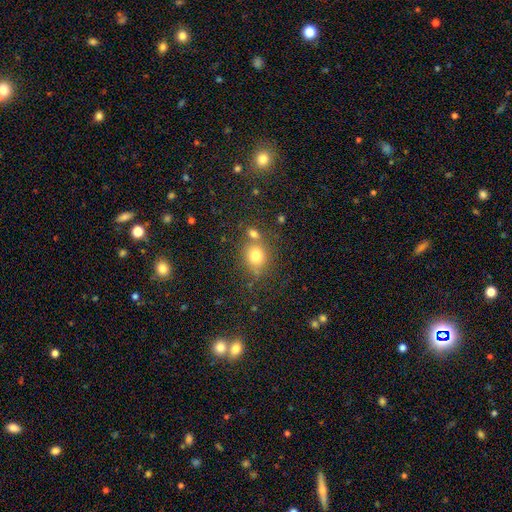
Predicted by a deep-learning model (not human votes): This appears to be a smooth galaxy with no disk features (76%) that is round (68%). Merging: none (57%).